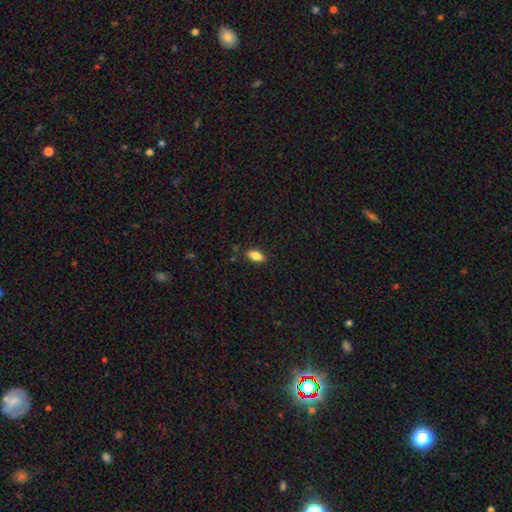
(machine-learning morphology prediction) The model was most divided on "merging": none: 85%, minor disturbance: 11%, major disturbance: 2%, merger: 2%. More confident: how rounded — in between (89%); smooth or featured — smooth (84%).